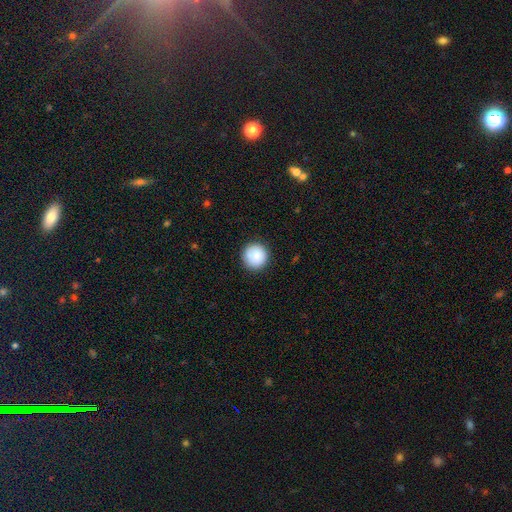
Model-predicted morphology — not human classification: Smooth or featured: smooth — 86% (star or artifact — 8%)
How rounded: round — 95% (in between — 4%)
Merging: none — 89% (minor disturbance — 8%)